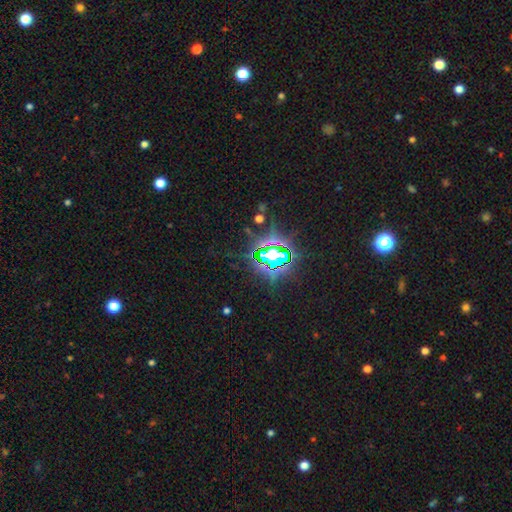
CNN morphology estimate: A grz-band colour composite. It shows a star or artifact, not a galaxy (81%).